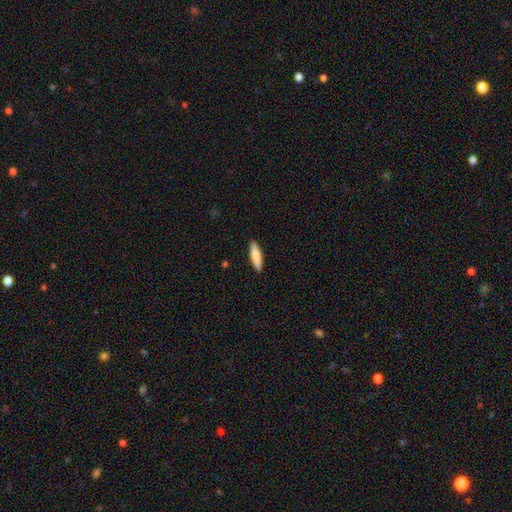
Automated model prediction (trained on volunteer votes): smooth_or_featured: smooth (p=0.81) [alt: featured or disk p=0.14]
how_rounded: cigar-shaped (p=0.72) [alt: in between p=0.26]
merging: none (p=0.90) [alt: minor disturbance p=0.07]